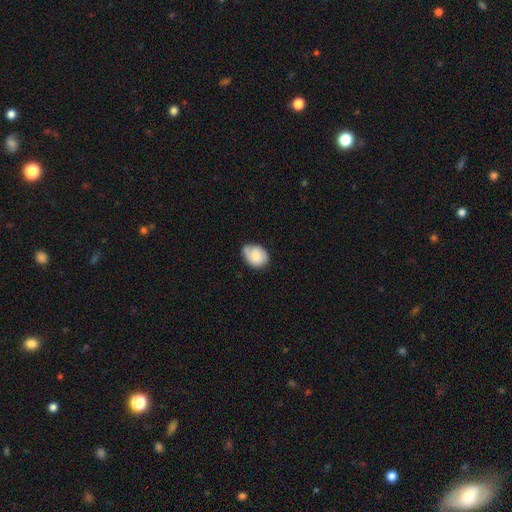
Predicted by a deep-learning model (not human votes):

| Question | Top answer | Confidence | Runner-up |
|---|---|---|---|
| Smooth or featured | smooth | 73% | featured or disk (19%) |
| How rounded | in between | 65% | round (34%) |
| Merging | none | 56% | minor disturbance (35%) |